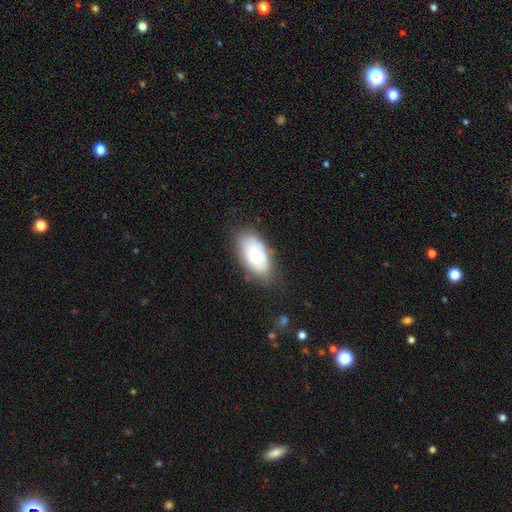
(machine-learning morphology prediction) Overall: smooth (68%). How rounded: in between (94%). Merging: none (71%).